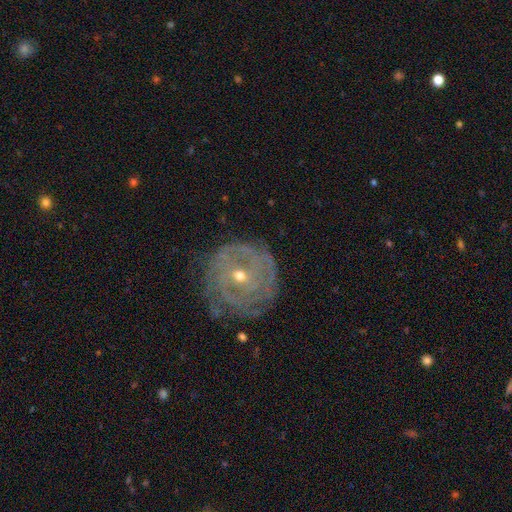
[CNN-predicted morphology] Smooth or featured? featured or disk (70%)
Edge-on disk? no (94%)
Bar? no (64%)
Spiral arms? yes (78%)
Spiral winding? tight (80%)
Spiral arm count? can't tell (47%)
Bulge size? small (60%)
Merging? none (81%)